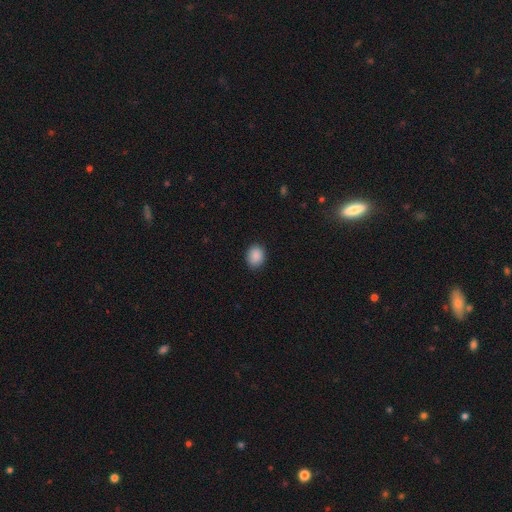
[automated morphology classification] The model was most divided on "how rounded": in between: 53%, round: 46%, cigar-shaped: 1%. More confident: smooth or featured — smooth (89%); merging — none (87%).